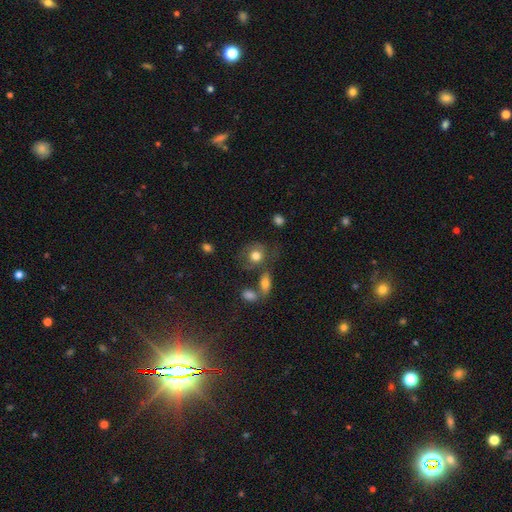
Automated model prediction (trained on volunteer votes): smooth 73%, featured or disk 18%, star or artifact 9%. Down the decision tree: how rounded — round (64%); merging — none (51%).